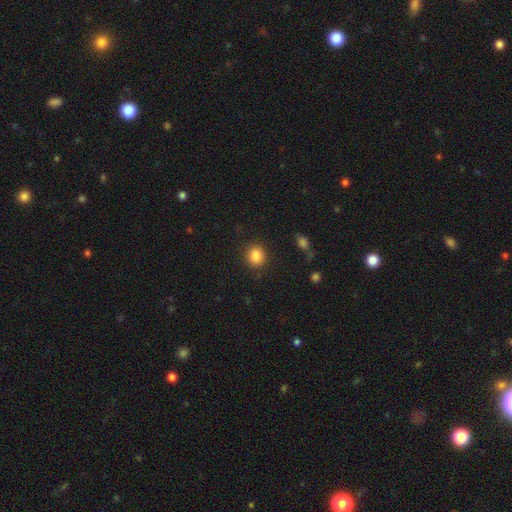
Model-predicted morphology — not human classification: smooth-or-featured: smooth: 87% | star or artifact: 9% | featured or disk: 4%
  how-rounded: round: 72% | in between: 27% | cigar-shaped: 1%
  merging: none: 86% | minor disturbance: 9% | major disturbance: 3% | merger: 2%